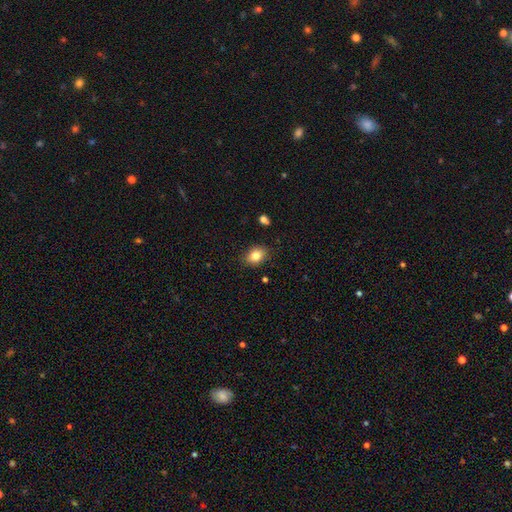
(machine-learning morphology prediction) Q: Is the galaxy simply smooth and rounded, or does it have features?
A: smooth — 82%.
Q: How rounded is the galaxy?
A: in between — 67%.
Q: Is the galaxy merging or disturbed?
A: none — 85%.